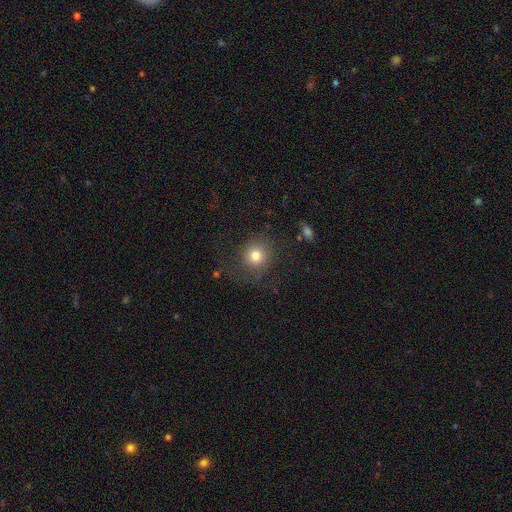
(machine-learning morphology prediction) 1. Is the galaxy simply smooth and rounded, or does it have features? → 76% smooth, 13% star or artifact, 11% featured or disk.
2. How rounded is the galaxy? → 88% round, 11% in between, 1% cigar-shaped.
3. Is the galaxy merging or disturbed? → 73% none, 14% minor disturbance, 11% major disturbance, 2% merger.